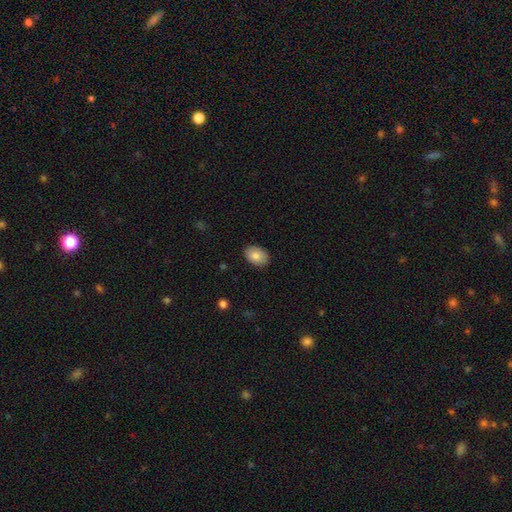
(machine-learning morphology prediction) smooth_or_featured: smooth (p=0.83) [alt: featured or disk p=0.10]
how_rounded: in between (p=0.83) [alt: round p=0.16]
merging: none (p=0.87) [alt: minor disturbance p=0.10]